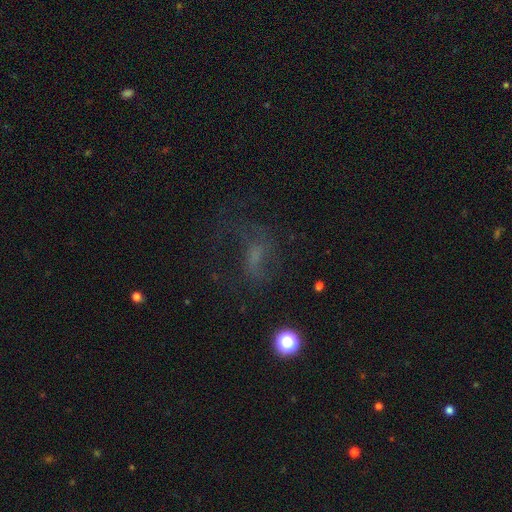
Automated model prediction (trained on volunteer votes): A featured or disk galaxy (38%). Merging: none (46%).